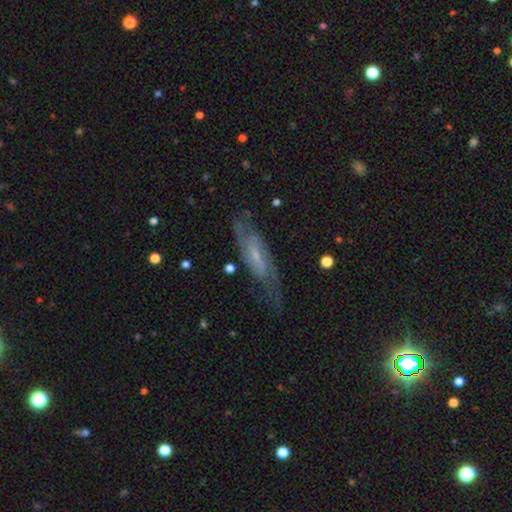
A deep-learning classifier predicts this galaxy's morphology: type=featured or disk (81%); edge-on=no (84%); bar=weak (50%); spiral arms=yes (94%); winding=medium (49%); arm count=2 (78%); bulge=small (63%); merging=none (71%).